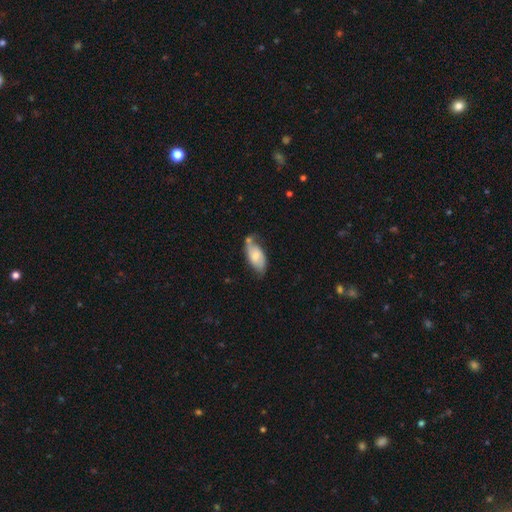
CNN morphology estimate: Smooth or featured: smooth — 54% (featured or disk — 40%)
How rounded: in between — 91% (cigar-shaped — 5%)
Merging: none — 47% (minor disturbance — 30%)